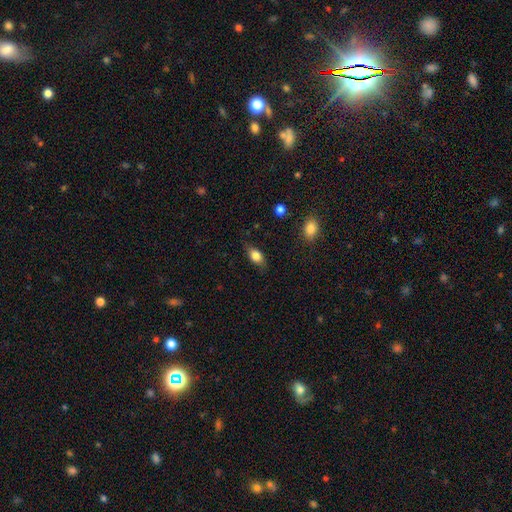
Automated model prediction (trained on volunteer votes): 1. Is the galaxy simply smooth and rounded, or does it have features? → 79% smooth, 13% featured or disk, 8% star or artifact.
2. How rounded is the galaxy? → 83% in between, 10% round, 7% cigar-shaped.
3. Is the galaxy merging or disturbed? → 76% none, 18% minor disturbance, 5% major disturbance, 1% merger.